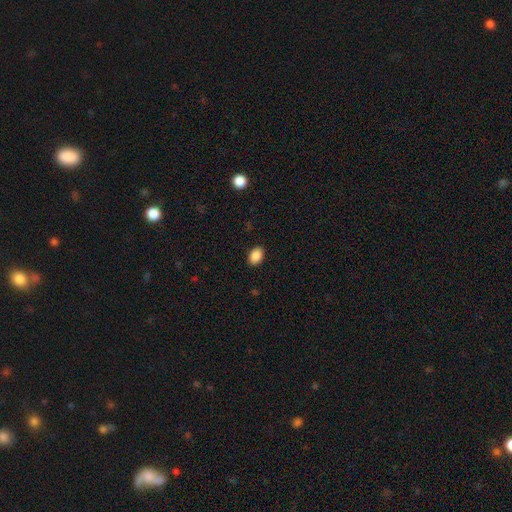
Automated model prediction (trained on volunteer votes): Smooth or featured? Predicted: smooth (p=0.89). How rounded? Predicted: in between (p=0.80). Merging? Predicted: none (p=0.90).